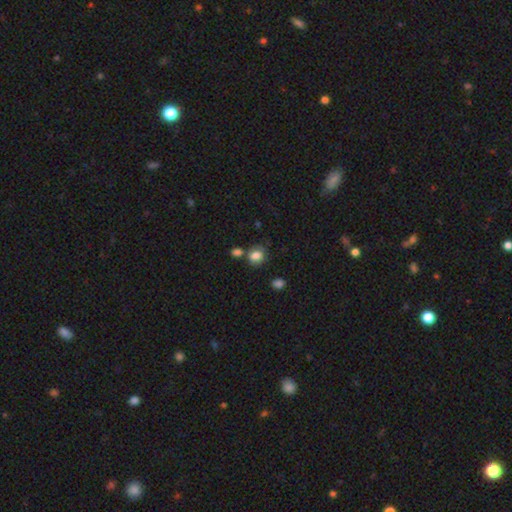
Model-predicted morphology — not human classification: The model was most divided on "how rounded": round: 56%, in between: 43%, cigar-shaped: 1%. More confident: smooth or featured — smooth (82%); merging — none (60%).